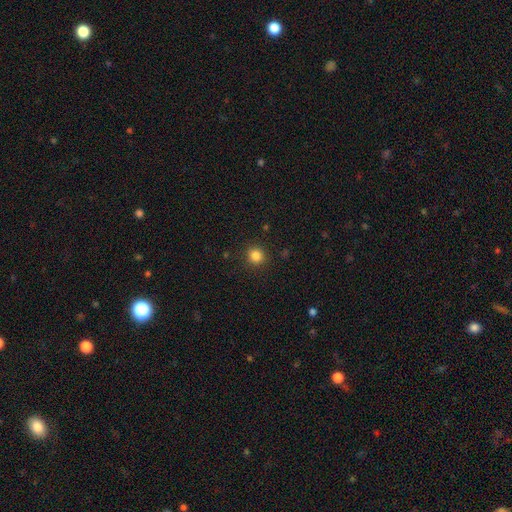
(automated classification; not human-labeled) Smooth or featured?
  - smooth: 84% *
  - star or artifact: 12%
  - featured or disk: 4%
How rounded?
  - round: 92% *
  - in between: 7%
  - cigar-shaped: 1%
Merging?
  - none: 90% *
  - minor disturbance: 6%
  - major disturbance: 2%
  - merger: 1%